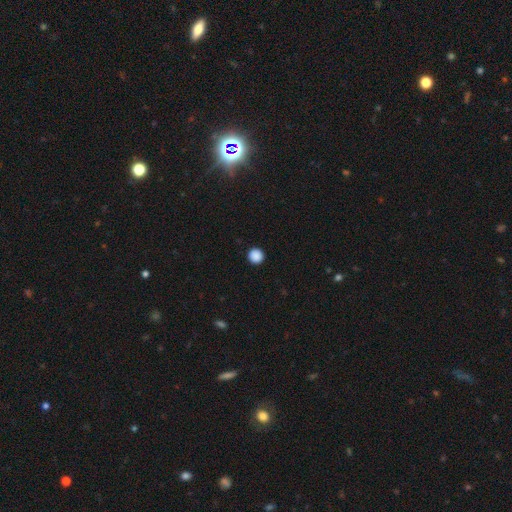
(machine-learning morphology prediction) Smooth or featured? Predicted: smooth (p=0.89). How rounded? Predicted: round (p=0.96). Merging? Predicted: none (p=0.94).